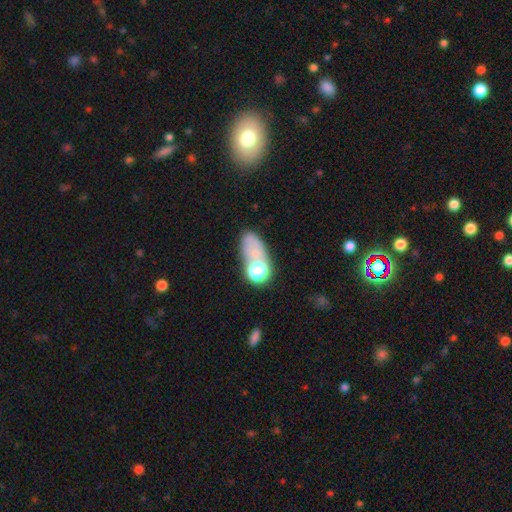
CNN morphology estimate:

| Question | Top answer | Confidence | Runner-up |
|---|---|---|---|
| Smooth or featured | smooth | 60% | star or artifact (21%) |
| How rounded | in between | 73% | round (21%) |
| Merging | none | 47% | merger (23%) |